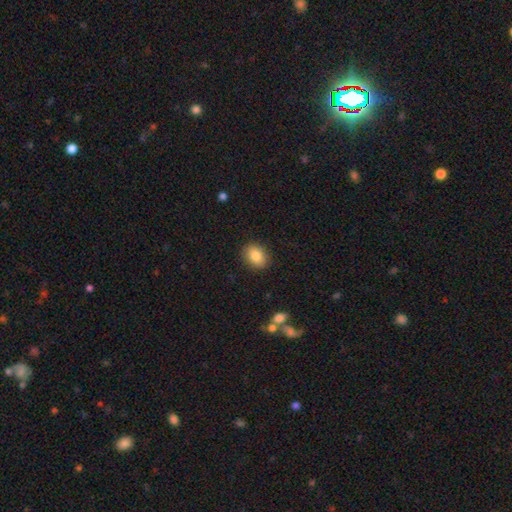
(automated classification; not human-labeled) A smooth galaxy with no disk features (84%) that is in between round and cigar-shaped (61%). Merging: none (88%).